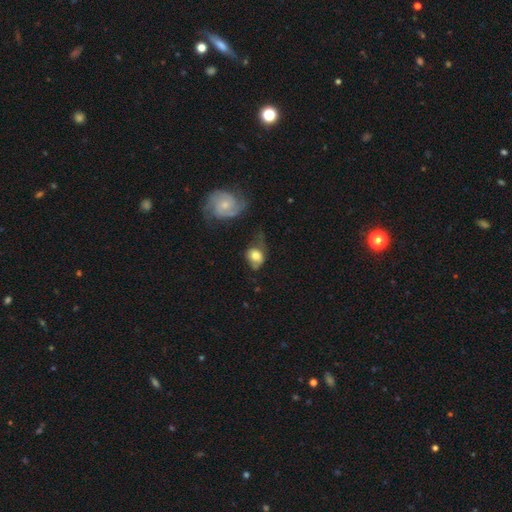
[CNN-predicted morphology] smooth-or-featured: smooth: 63% | featured or disk: 29% | star or artifact: 8%
  how-rounded: in between: 52% | round: 46% | cigar-shaped: 2%
  merging: major disturbance: 31% | none: 30% | minor disturbance: 29% | merger: 10%